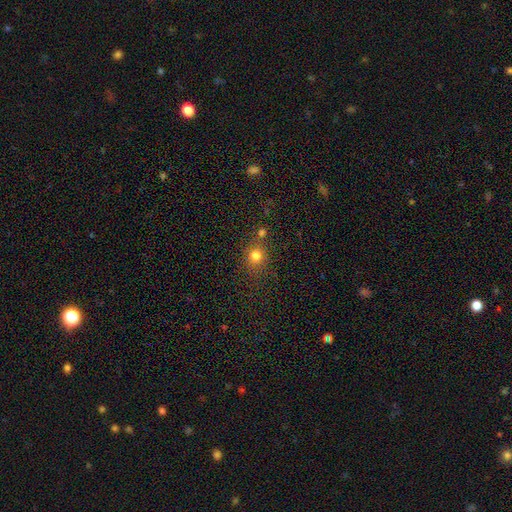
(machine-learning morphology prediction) Overall: smooth (78%). How rounded: round (85%). Merging: none (71%).